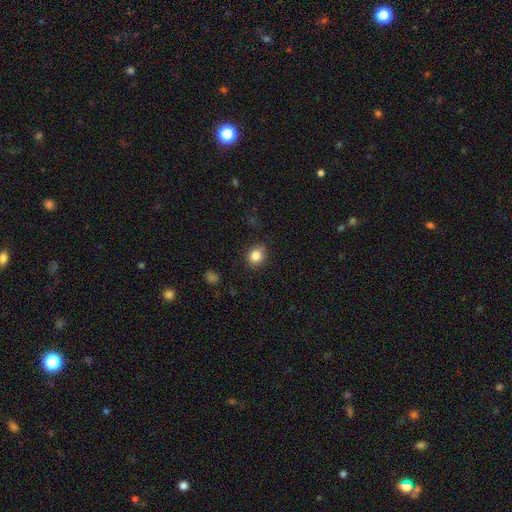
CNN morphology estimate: Smooth or featured: smooth — 84% (star or artifact — 10%)
How rounded: round — 74% (in between — 25%)
Merging: none — 79% (minor disturbance — 17%)